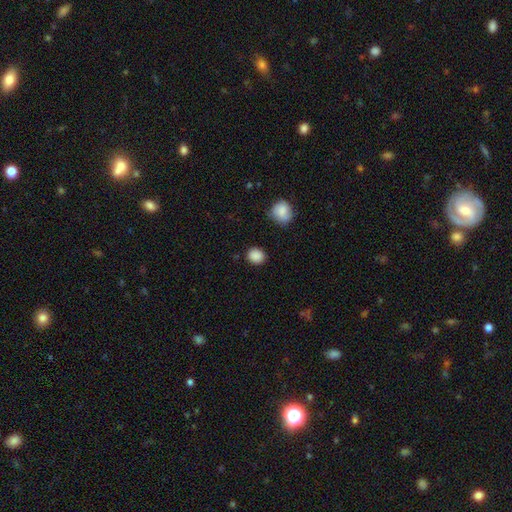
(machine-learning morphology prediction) This is clearly a smooth galaxy (88%). How rounded: likely round (74%). Merging: clearly none (86%).